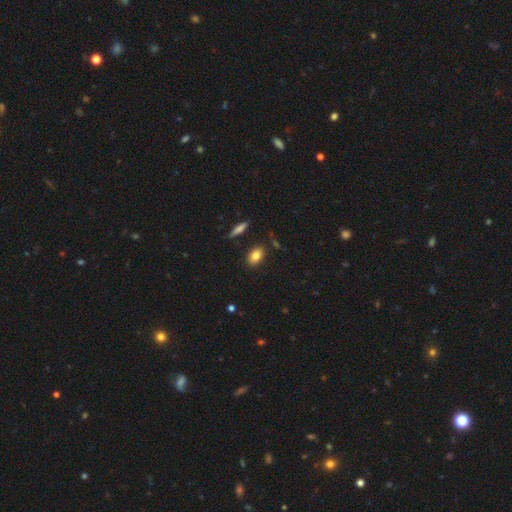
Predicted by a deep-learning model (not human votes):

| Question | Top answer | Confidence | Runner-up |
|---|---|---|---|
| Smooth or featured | smooth | 83% | featured or disk (9%) |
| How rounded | in between | 85% | round (11%) |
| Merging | none | 86% | minor disturbance (9%) |